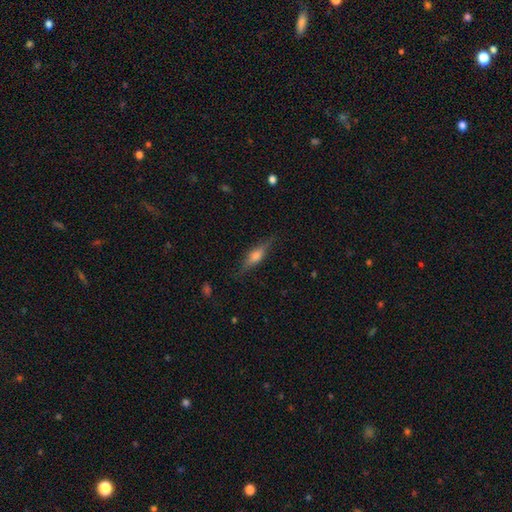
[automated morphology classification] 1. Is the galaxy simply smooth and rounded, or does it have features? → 59% featured or disk, 33% smooth, 8% star or artifact.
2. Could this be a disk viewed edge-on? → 95% yes, 5% no.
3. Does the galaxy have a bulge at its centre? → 84% rounded, 12% boxy, 4% none.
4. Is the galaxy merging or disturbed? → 83% none, 13% minor disturbance, 3% major disturbance, 1% merger.